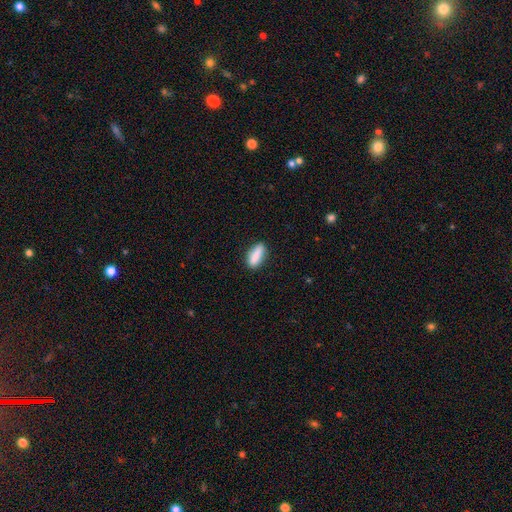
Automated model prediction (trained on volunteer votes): Overall: smooth (86%). How rounded: in between (60%; cigar-shaped 37%). Merging: none (84%).